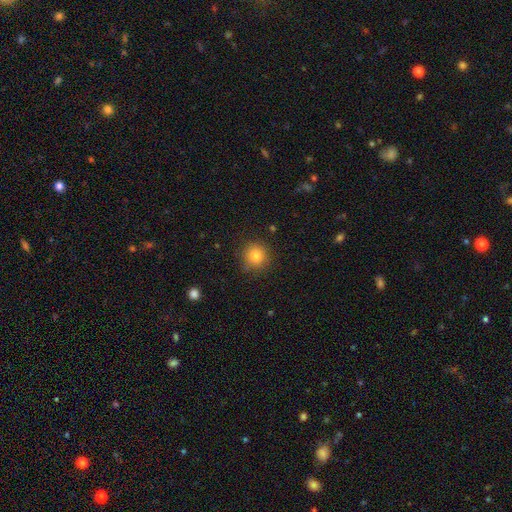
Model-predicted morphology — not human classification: Smooth or featured: smooth — 82% (star or artifact — 12%)
How rounded: round — 93% (in between — 6%)
Merging: none — 88% (minor disturbance — 8%)